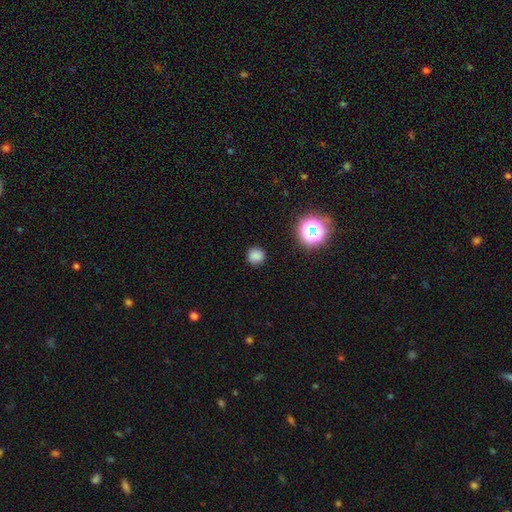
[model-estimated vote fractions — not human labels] smooth_or_featured: smooth (p=0.79) [alt: star or artifact p=0.16]
how_rounded: round (p=0.91) [alt: in between p=0.08]
merging: none (p=0.87) [alt: minor disturbance p=0.09]